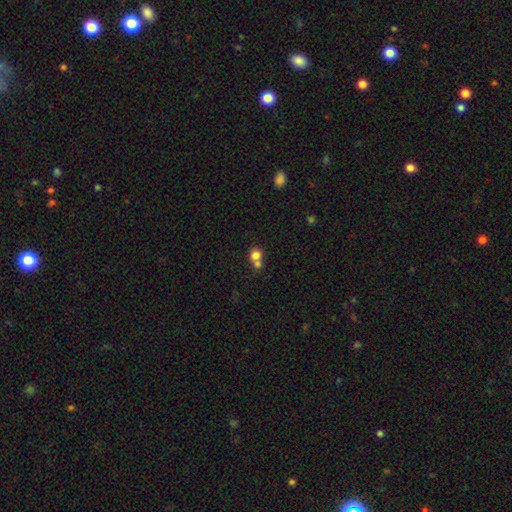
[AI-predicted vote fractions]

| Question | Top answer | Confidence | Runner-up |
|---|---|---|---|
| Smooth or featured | smooth | 77% | featured or disk (12%) |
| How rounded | round | 77% | in between (22%) |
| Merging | merger | 58% | none (33%) |